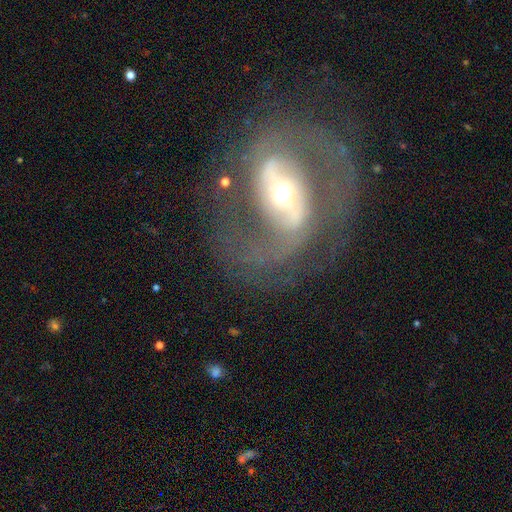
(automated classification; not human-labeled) Smooth or featured? Predicted: featured or disk (p=0.86). Edge-on disk? Predicted: no (p=0.97). Bar? Predicted: strong (p=0.40). Spiral arms? Predicted: yes (p=0.92). Spiral winding? Predicted: medium (p=0.52). Spiral arm count? Predicted: 2 (p=0.86). Bulge size? Predicted: moderate (p=0.55). Merging? Predicted: none (p=0.67).